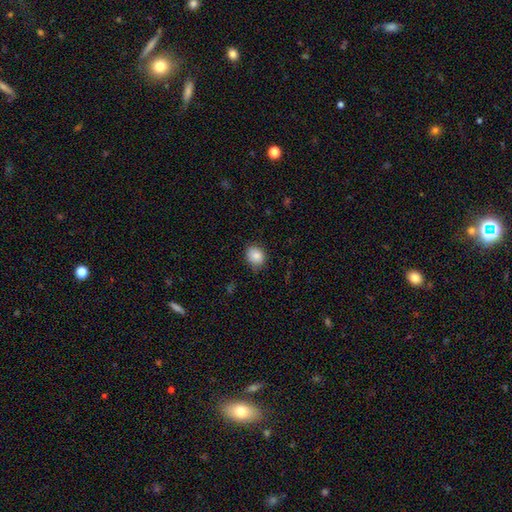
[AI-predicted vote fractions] This appears to be a smooth galaxy with no disk features (86%) that is round (65%). Merging: none (80%).